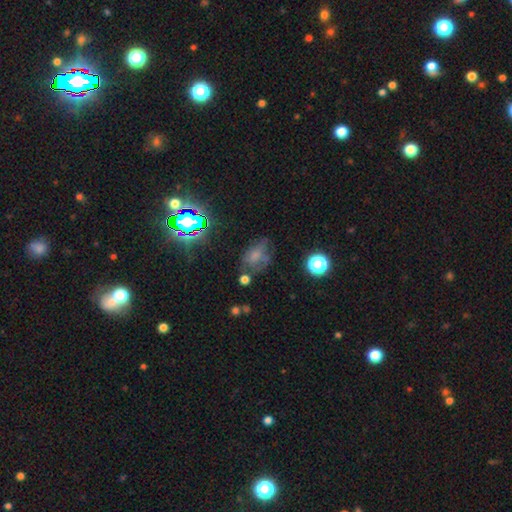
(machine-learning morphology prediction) Smooth or featured? smooth (52%)
How rounded? in between (74%)
Merging? none (41%)